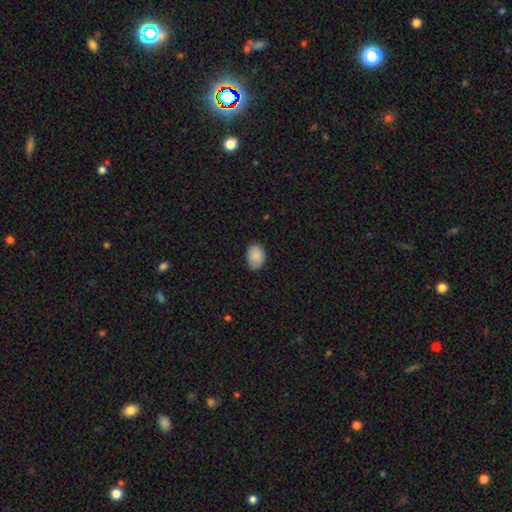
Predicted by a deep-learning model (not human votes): The model was most divided on "how rounded": in between: 77%, round: 22%, cigar-shaped: 1%. More confident: smooth or featured — smooth (89%); merging — none (82%).